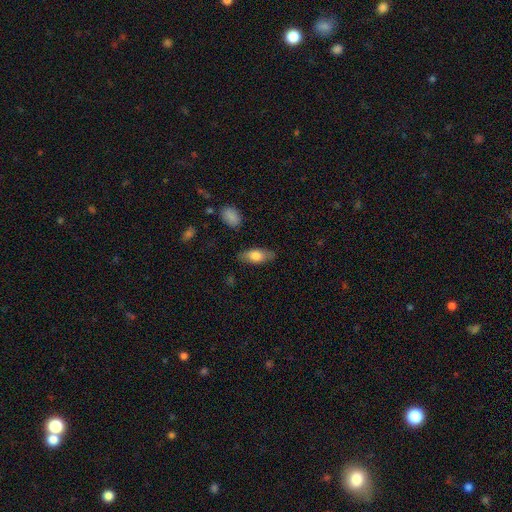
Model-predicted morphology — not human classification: Smooth or featured? smooth (75%)
How rounded? in between (84%)
Merging? none (81%)